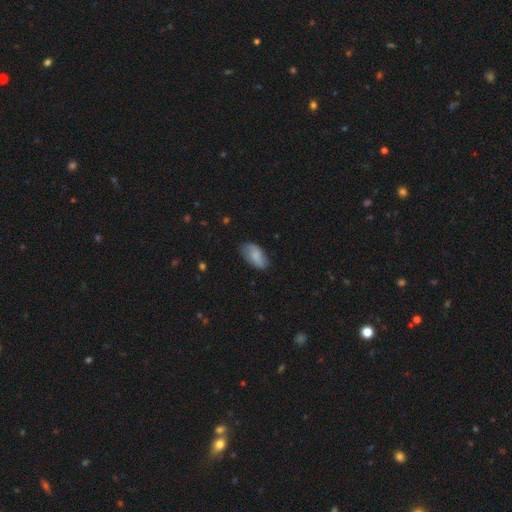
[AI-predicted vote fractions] Overall: smooth (80%). How rounded: in between (94%). Merging: none (71%).